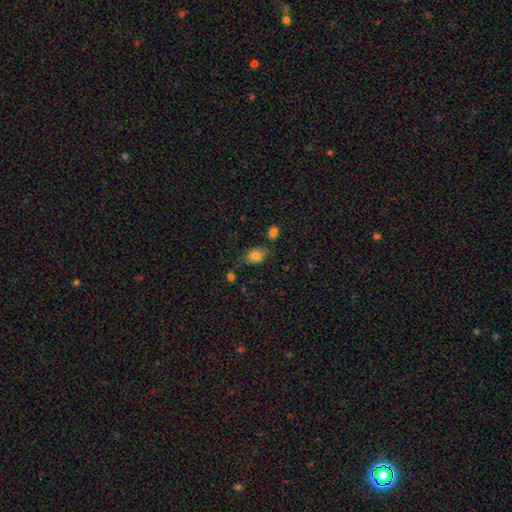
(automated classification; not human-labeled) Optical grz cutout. It shows a smooth galaxy with no disk features (80%) that is in between round and cigar-shaped (82%). Merging: none (65%).